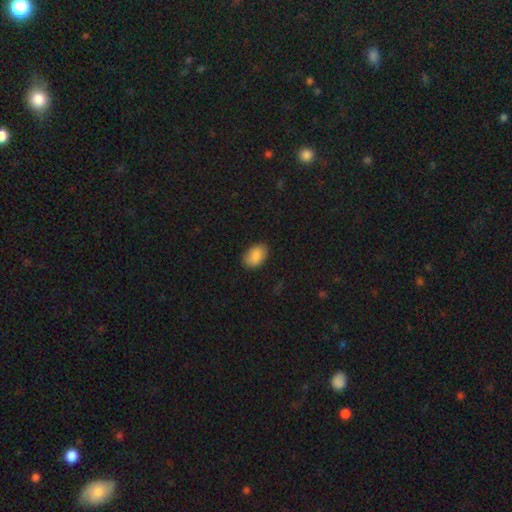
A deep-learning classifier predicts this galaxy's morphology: type=smooth (88%); roundness=in between (89%); merging=none (84%).